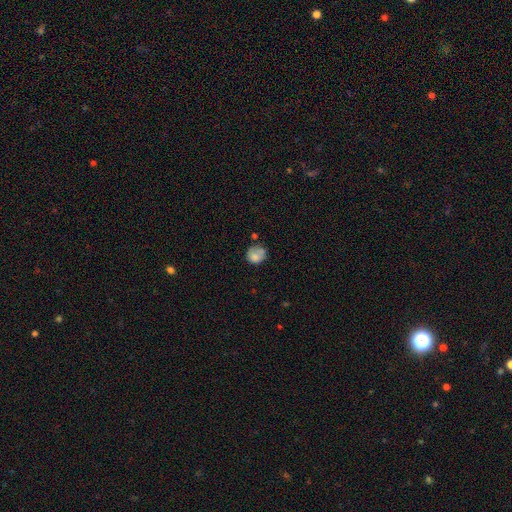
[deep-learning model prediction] This appears to be a smooth galaxy with no disk features (73%) that is round (73%). Merging: none (52%).